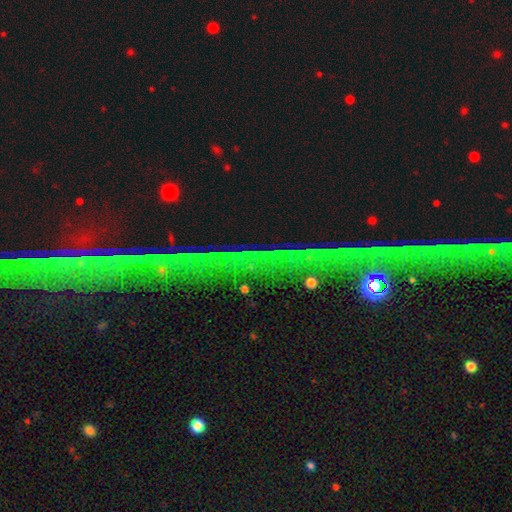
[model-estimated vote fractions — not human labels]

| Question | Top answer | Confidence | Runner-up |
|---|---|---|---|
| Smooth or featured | star or artifact | 78% | featured or disk (13%) |